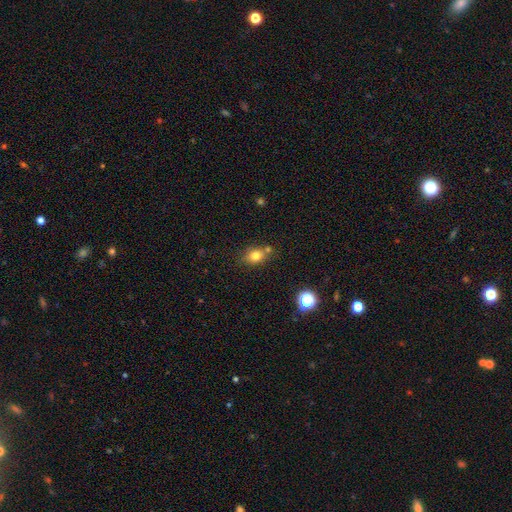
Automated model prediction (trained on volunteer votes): Smooth or featured: smooth — 79% (star or artifact — 13%)
How rounded: round — 51% (in between — 48%)
Merging: none — 67% (minor disturbance — 15%)